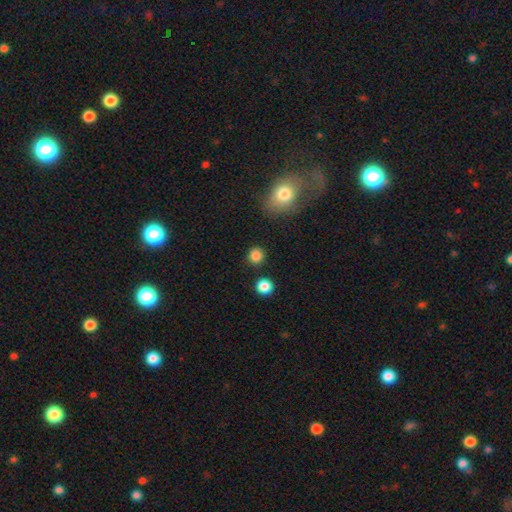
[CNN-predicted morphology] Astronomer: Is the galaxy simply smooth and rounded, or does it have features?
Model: smooth — 85%.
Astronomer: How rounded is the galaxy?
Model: round — 90%.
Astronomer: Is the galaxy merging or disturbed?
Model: none — 87%.